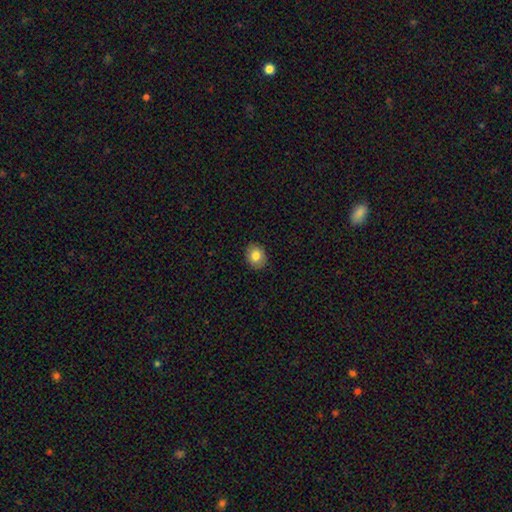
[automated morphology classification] A smooth galaxy with no disk features (82%) that is round (50%). Merging: none (90%).